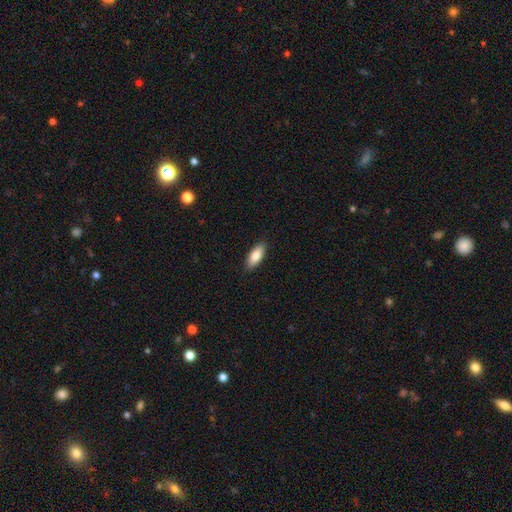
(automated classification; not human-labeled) Q: Smooth or featured?
A: smooth (84%); runner-up: featured or disk (10%)
Q: How rounded?
A: in between (81%); runner-up: cigar-shaped (17%)
Q: Merging?
A: none (88%); runner-up: minor disturbance (9%)